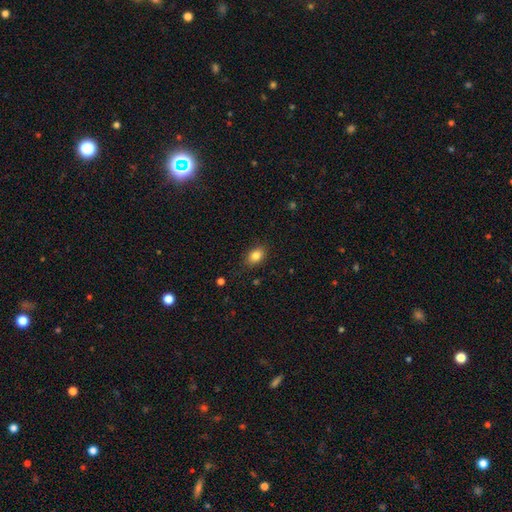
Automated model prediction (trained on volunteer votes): This is clearly a smooth galaxy (84%). How rounded: likely in between (80%). Merging: clearly none (83%).